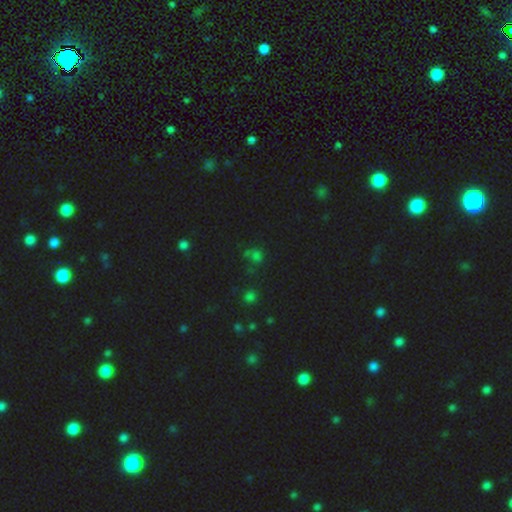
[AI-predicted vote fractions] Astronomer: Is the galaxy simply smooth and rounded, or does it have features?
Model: smooth — 47% (runner-up: star or artifact, 44%).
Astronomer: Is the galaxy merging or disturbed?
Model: none — 58%.